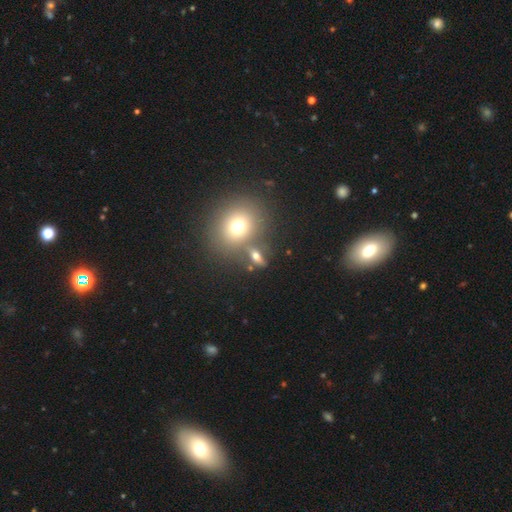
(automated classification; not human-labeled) Morphology: type=smooth (52%); roundness=in between (45%); merging=none (63%).